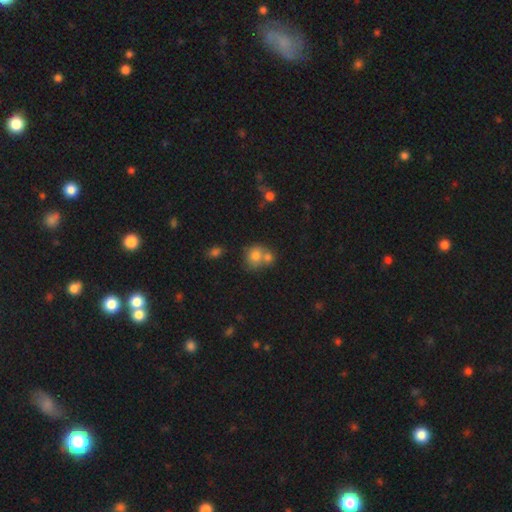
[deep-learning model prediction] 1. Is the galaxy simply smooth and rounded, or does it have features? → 75% smooth, 14% featured or disk, 11% star or artifact.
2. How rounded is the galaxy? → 72% round, 27% in between, 1% cigar-shaped.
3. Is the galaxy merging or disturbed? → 51% merger, 36% none, 10% minor disturbance, 4% major disturbance.